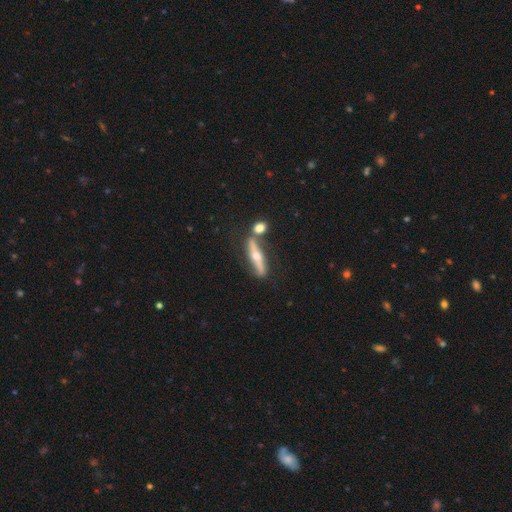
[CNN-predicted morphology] A featured or disk galaxy (69%) viewed edge-on (84%) with a rounded central bulge (93%).

Vote fractions:
- Smooth or featured? featured or disk: 69% / smooth: 25% / star or artifact: 6%
- Edge-on disk? yes: 84% / no: 16%
- Edge-on bulge? rounded: 93% / none: 4% / boxy: 2%
- Merging? none: 68% / merger: 15% / minor disturbance: 12% / major disturbance: 4%